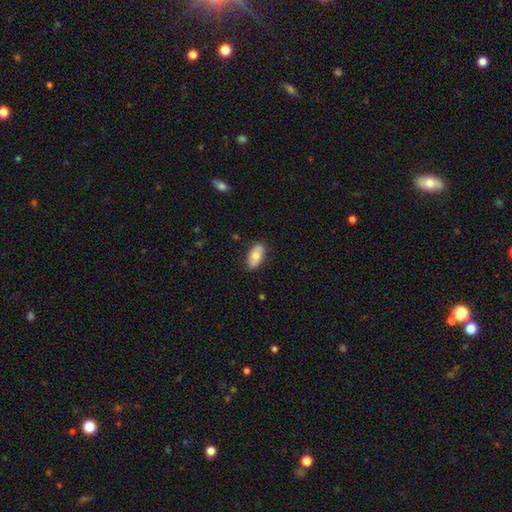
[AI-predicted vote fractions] A smooth galaxy with no disk features (68%) that is in between round and cigar-shaped (93%). Merging: none (83%).